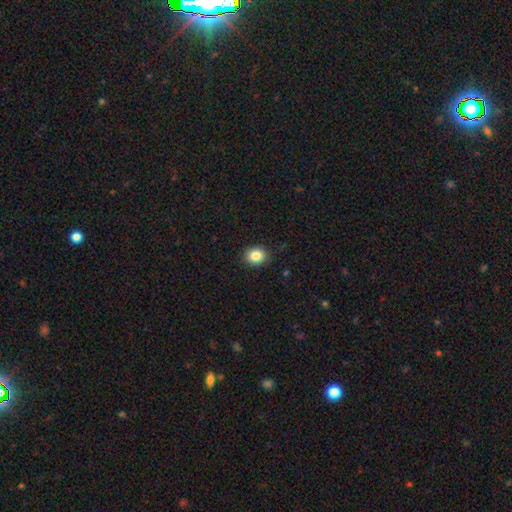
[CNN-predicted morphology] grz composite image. It shows a smooth galaxy with no disk features (85%) that is round (66%). Merging: none (89%).